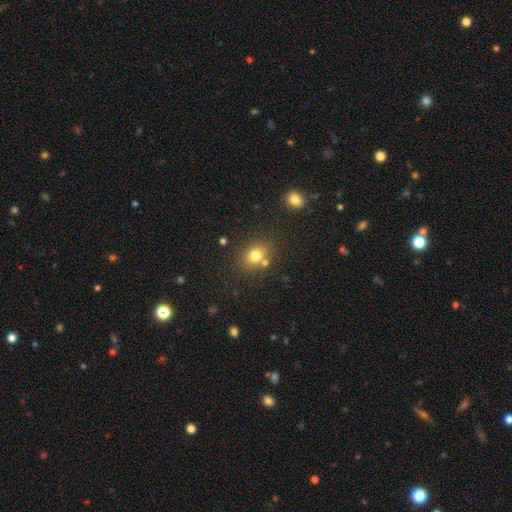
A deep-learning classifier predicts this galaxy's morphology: A smooth galaxy with no disk features (78%) that is in between round and cigar-shaped (50%).

Vote fractions:
- Smooth or featured? smooth: 78% / star or artifact: 13% / featured or disk: 9%
- How rounded? in between: 50% / round: 49% / cigar-shaped: 1%
- Merging? none: 72% / merger: 13% / minor disturbance: 12% / major disturbance: 4%